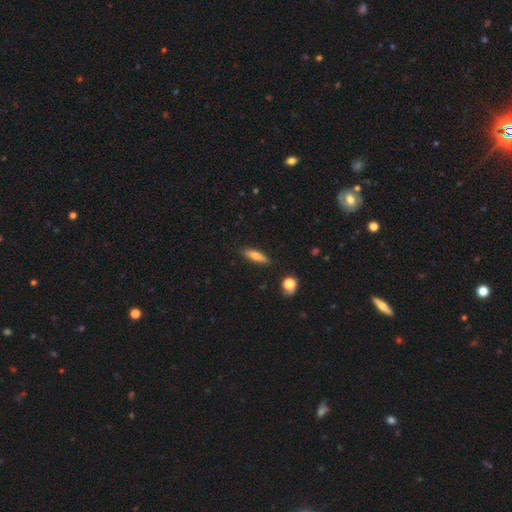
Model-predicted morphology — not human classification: Smooth or featured?
  - smooth: 70% *
  - featured or disk: 22%
  - star or artifact: 8%
How rounded?
  - cigar-shaped: 68% *
  - in between: 29%
  - round: 3%
Merging?
  - none: 86% *
  - minor disturbance: 10%
  - major disturbance: 2%
  - merger: 2%